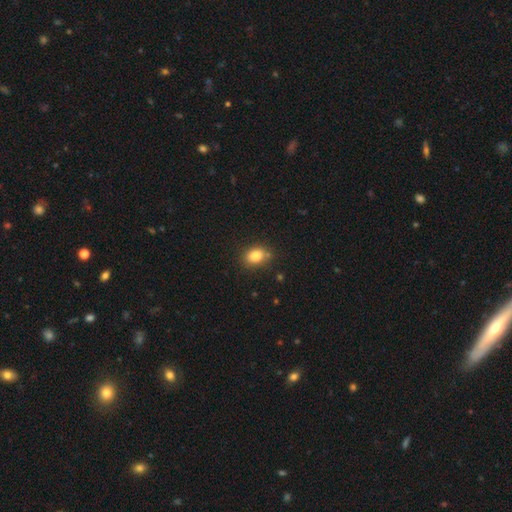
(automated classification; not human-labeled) Q: Smooth or featured?
A: smooth (84%); runner-up: star or artifact (10%)
Q: How rounded?
A: in between (70%); runner-up: round (29%)
Q: Merging?
A: none (80%); runner-up: minor disturbance (14%)